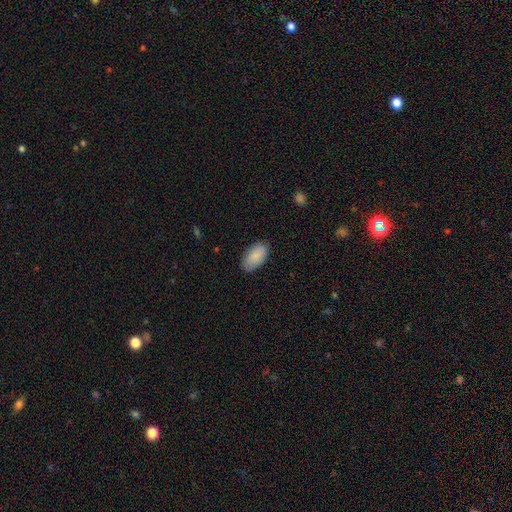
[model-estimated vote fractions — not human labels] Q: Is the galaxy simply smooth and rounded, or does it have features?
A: smooth — 88%.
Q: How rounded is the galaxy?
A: in between — 95%.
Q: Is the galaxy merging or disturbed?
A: none — 83%.